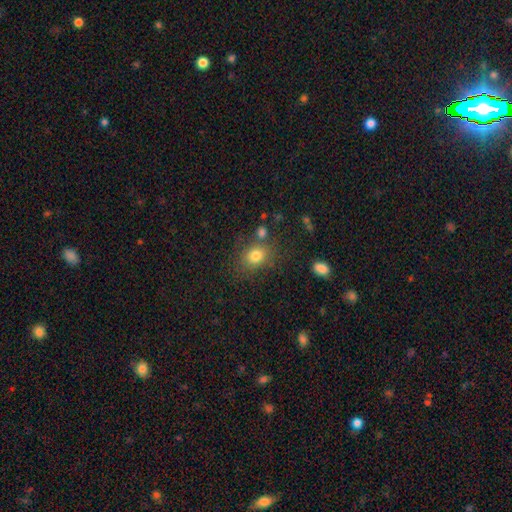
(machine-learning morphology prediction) type=smooth (79%); roundness=round (55%); merging=none (70%).